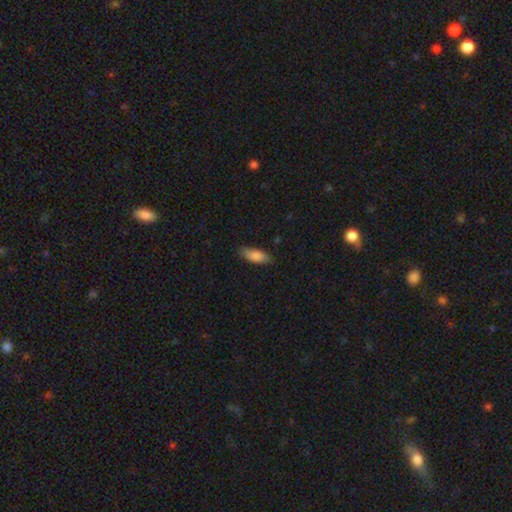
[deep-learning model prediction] Q: Smooth or featured?
A: smooth (84%); runner-up: featured or disk (10%)
Q: How rounded?
A: in between (75%); runner-up: cigar-shaped (23%)
Q: Merging?
A: none (83%); runner-up: minor disturbance (14%)